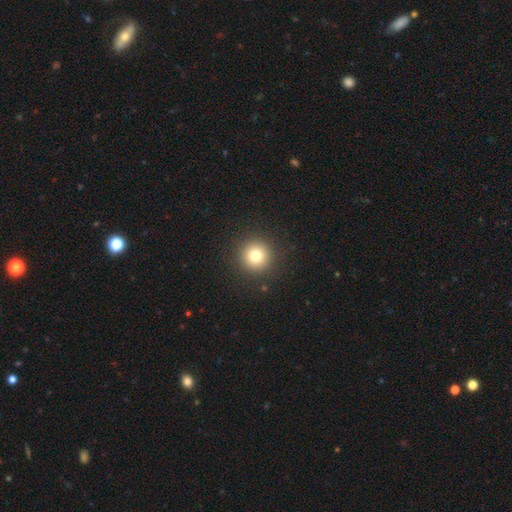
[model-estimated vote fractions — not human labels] Smooth or featured? Predicted: smooth (p=0.79). How rounded? Predicted: round (p=0.96). Merging? Predicted: none (p=0.92).